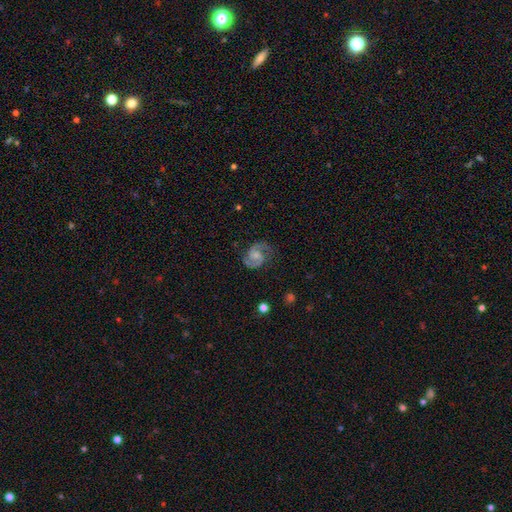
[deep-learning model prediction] This appears to be a featured or disk galaxy (88%) with no bar (53%), 2 (93%) medium (59%) spiral arms (98%) and a small central bulge (39%). Merging: none (80%).